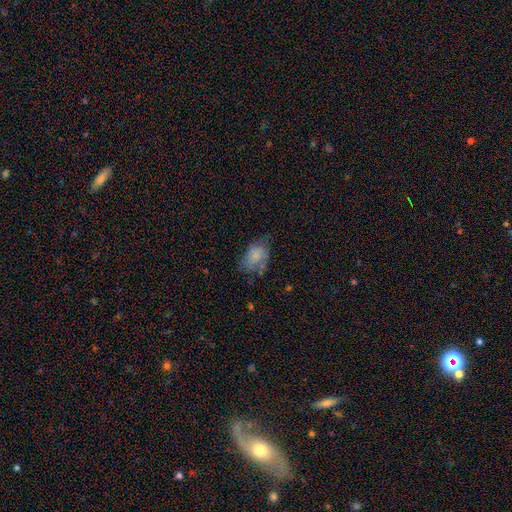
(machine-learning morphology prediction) A smooth galaxy with no disk features (74%) that is in between round and cigar-shaped (82%). Merging: none (44%).